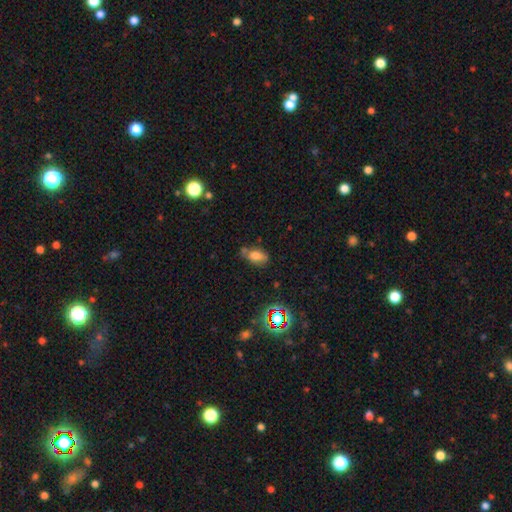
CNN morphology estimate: This is likely a smooth galaxy (69%). How rounded: clearly in between (88%). Merging: possibly none (57%).